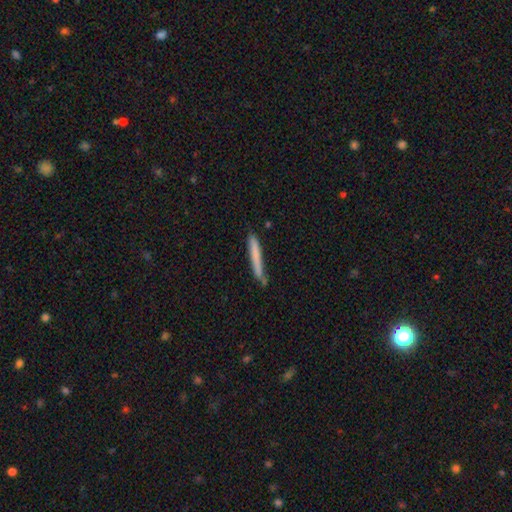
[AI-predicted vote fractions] Overall: smooth (71%). How rounded: cigar-shaped (96%). Merging: none (77%).